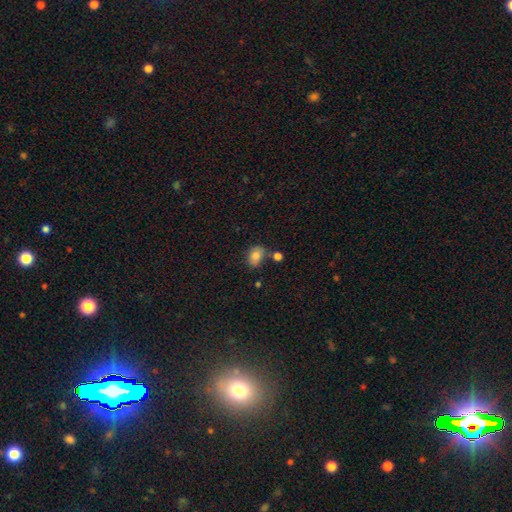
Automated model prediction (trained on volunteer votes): This is likely a smooth galaxy (79%). How rounded: likely in between (64%). Merging: likely none (63%).